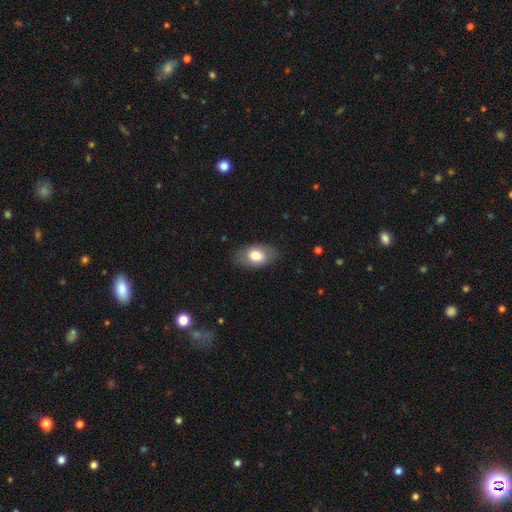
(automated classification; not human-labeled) smooth 77%, featured or disk 16%, star or artifact 7%. Down the decision tree: how rounded — in between (89%); merging — none (82%).